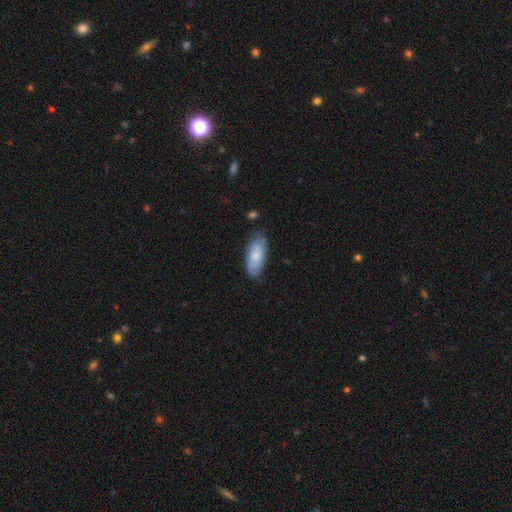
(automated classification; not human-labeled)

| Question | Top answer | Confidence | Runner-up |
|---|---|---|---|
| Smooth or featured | smooth | 79% | featured or disk (16%) |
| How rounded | in between | 79% | cigar-shaped (19%) |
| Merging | none | 79% | minor disturbance (16%) |